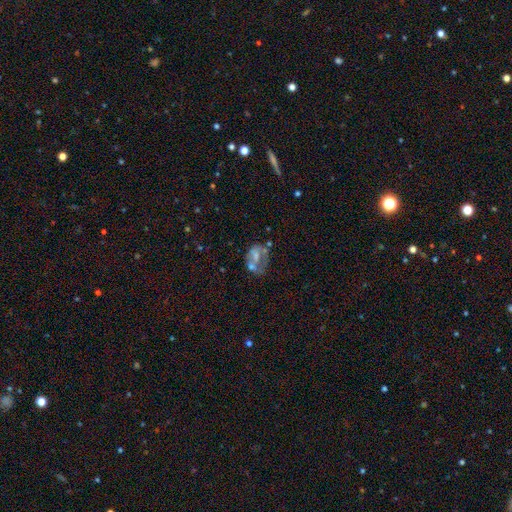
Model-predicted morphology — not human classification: Smooth or featured? Predicted: featured or disk (p=0.52). Edge-on disk? Predicted: no (p=0.97). Bar? Predicted: no (p=0.77). Spiral arms? Predicted: no (p=0.79). Bulge size? Predicted: moderate (p=0.38). Merging? Predicted: none (p=0.30).